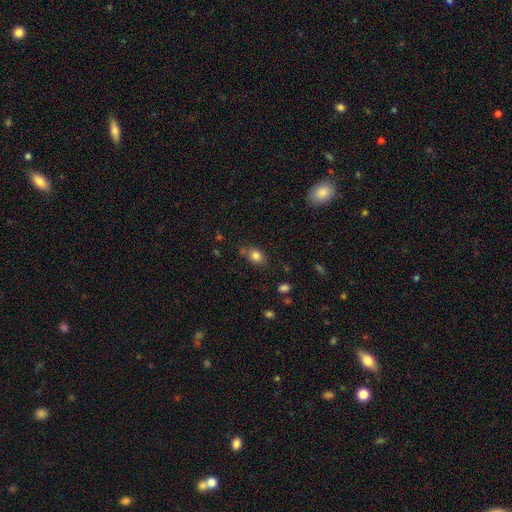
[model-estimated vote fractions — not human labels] This is clearly a smooth galaxy (82%). How rounded: likely in between (65%). Merging: likely none (67%).